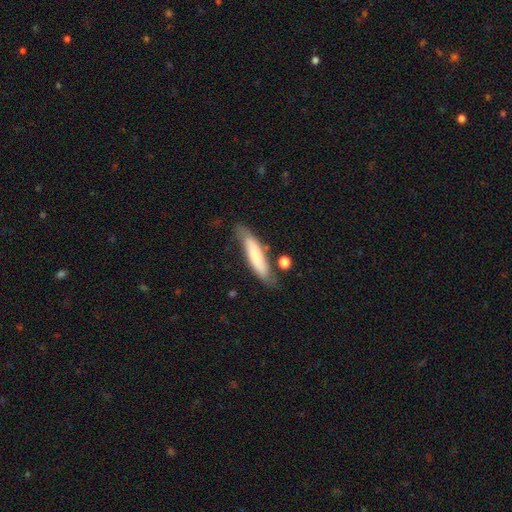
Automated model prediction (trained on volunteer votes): Smooth or featured?
  - smooth: 66% *
  - featured or disk: 28%
  - star or artifact: 6%
How rounded?
  - cigar-shaped: 71% *
  - in between: 27%
  - round: 2%
Merging?
  - none: 64% *
  - minor disturbance: 23%
  - merger: 7%
  - major disturbance: 7%